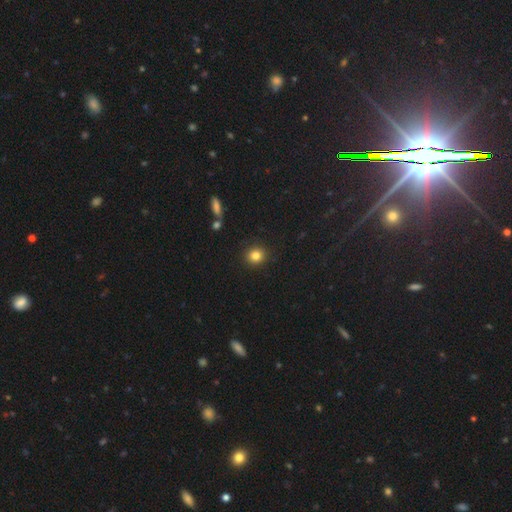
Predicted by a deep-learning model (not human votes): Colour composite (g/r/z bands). It shows a smooth galaxy with no disk features (83%) that is round (86%). Merging: none (90%).